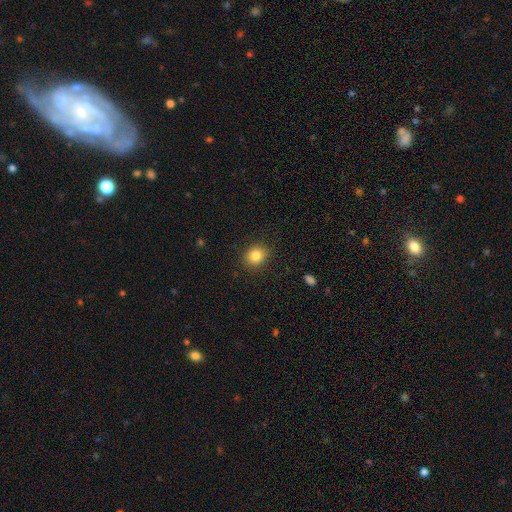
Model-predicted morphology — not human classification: smooth-or-featured: smooth: 84% | star or artifact: 10% | featured or disk: 6%
  how-rounded: round: 68% | in between: 31% | cigar-shaped: 1%
  merging: none: 88% | minor disturbance: 8% | major disturbance: 3% | merger: 1%